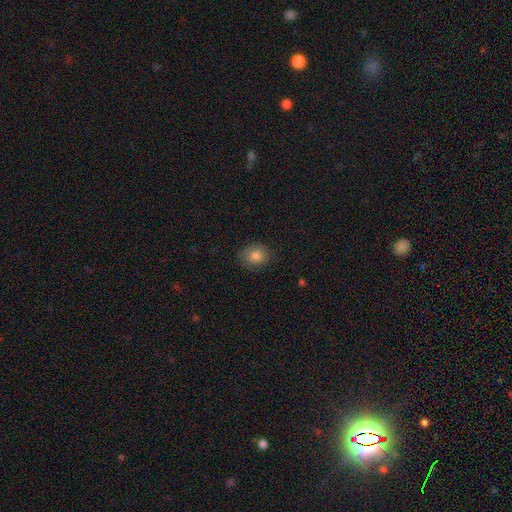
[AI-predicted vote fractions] smooth-or-featured: smooth: 83% | star or artifact: 10% | featured or disk: 7%
  how-rounded: round: 65% | in between: 34% | cigar-shaped: 1%
  merging: none: 81% | minor disturbance: 14% | major disturbance: 3% | merger: 1%